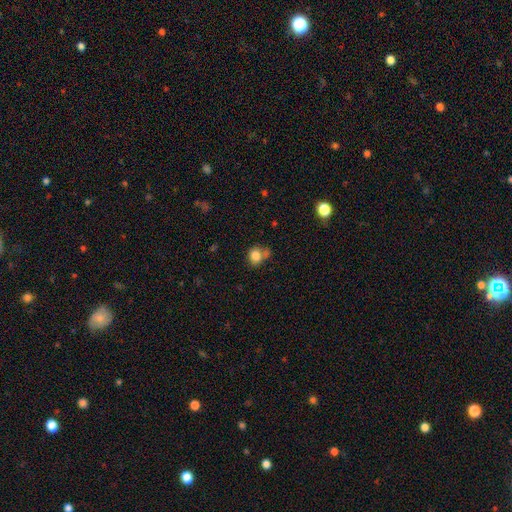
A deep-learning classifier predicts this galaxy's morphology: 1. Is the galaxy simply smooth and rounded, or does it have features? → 81% smooth, 11% star or artifact, 8% featured or disk.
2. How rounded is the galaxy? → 67% round, 33% in between, 1% cigar-shaped.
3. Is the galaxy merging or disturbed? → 52% none, 24% merger, 18% minor disturbance, 7% major disturbance.